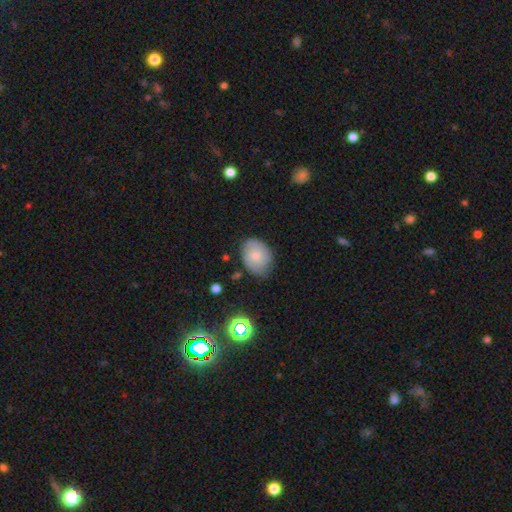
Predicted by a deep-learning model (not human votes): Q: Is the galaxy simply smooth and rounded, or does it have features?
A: smooth — 60%.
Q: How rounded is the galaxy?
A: in between — 59%.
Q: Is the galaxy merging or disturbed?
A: none — 69%.